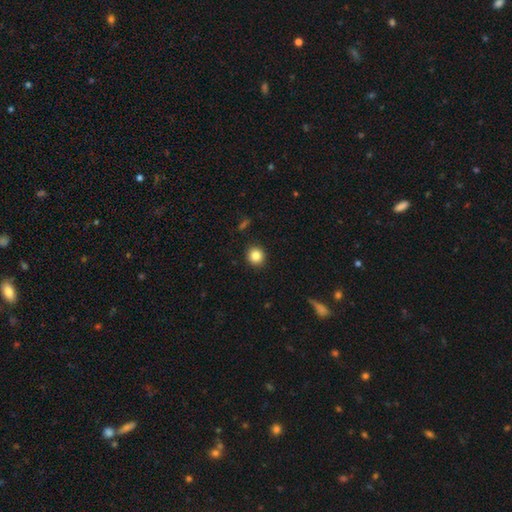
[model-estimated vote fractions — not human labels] Smooth or featured? smooth (84%)
How rounded? round (91%)
Merging? none (91%)